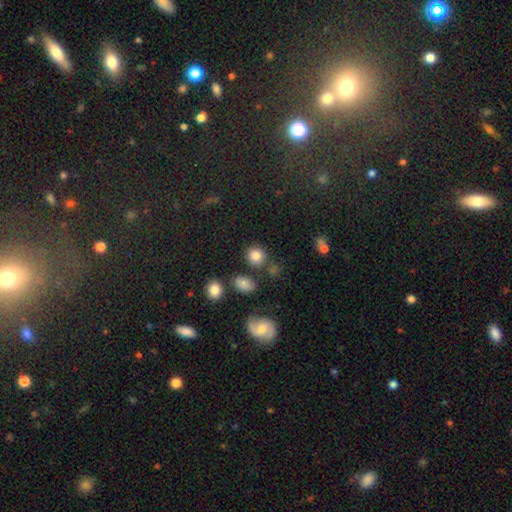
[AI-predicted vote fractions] A smooth galaxy with no disk features (84%) that is round (81%). Merging: none (76%).